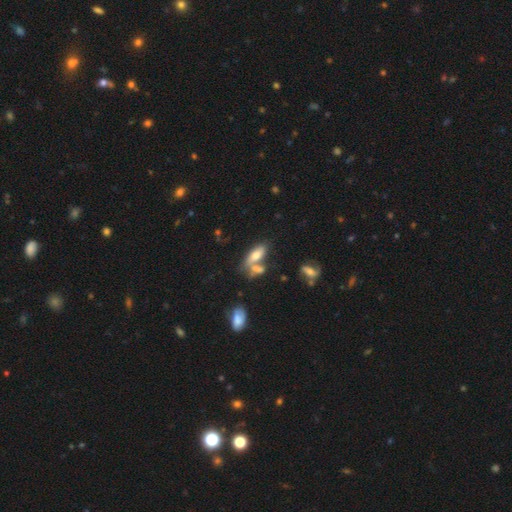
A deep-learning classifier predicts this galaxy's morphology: This appears to be a smooth galaxy with no disk features (67%) that is in between round and cigar-shaped (77%). Merging: merger (40%).